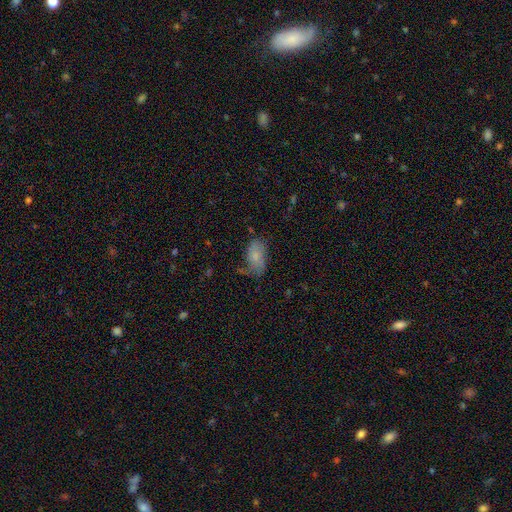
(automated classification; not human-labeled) The model was most divided on "merging": none: 50%, minor disturbance: 31%, major disturbance: 14%, merger: 4%. More confident: how rounded — in between (92%); smooth or featured — smooth (74%).